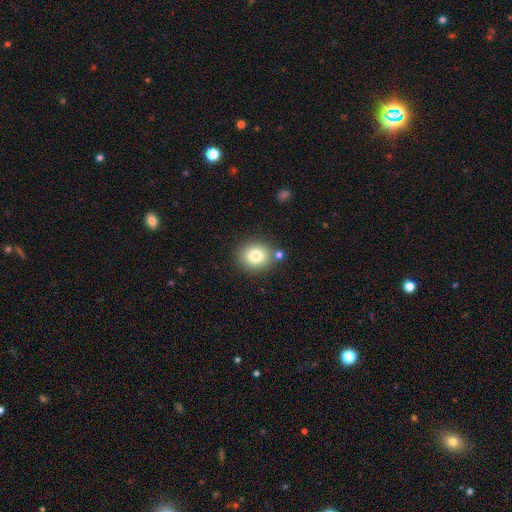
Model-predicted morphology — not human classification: The model was most divided on "how rounded": round: 79%, in between: 20%, cigar-shaped: 1%. More confident: smooth or featured — smooth (80%); merging — none (78%).